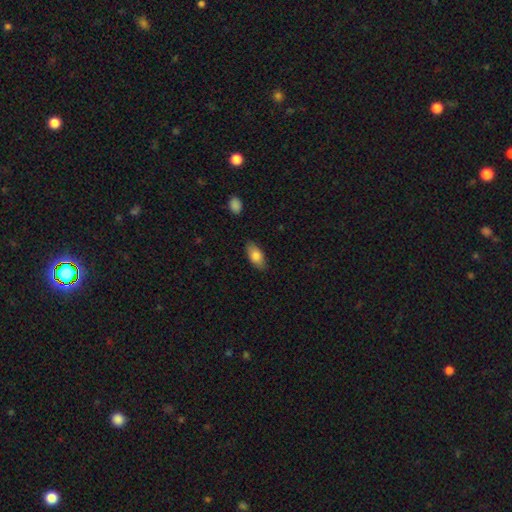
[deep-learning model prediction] The model was most divided on "smooth or featured": smooth: 80%, featured or disk: 14%, star or artifact: 7%. More confident: how rounded — in between (88%); merging — none (84%).